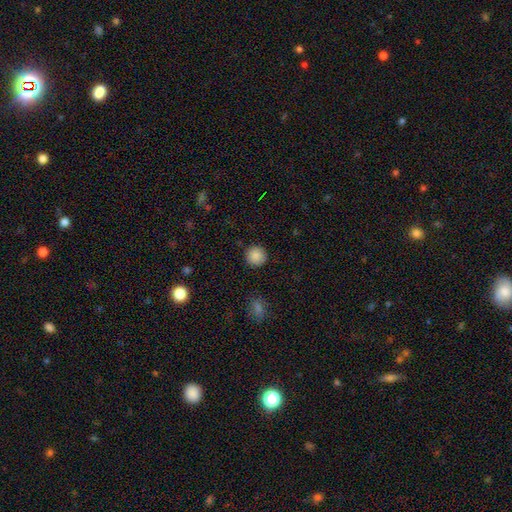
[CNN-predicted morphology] Smooth or featured: smooth — 87% (star or artifact — 9%)
How rounded: round — 95% (in between — 4%)
Merging: none — 91% (minor disturbance — 6%)